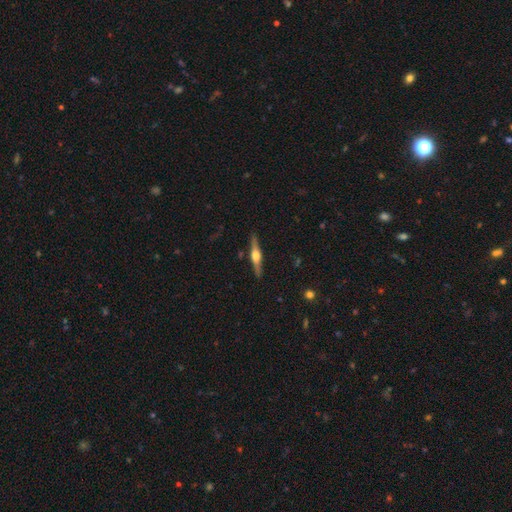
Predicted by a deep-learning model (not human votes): Smooth or featured?
  - featured or disk: 76% *
  - smooth: 19%
  - star or artifact: 5%
Edge-on disk?
  - yes: 98% *
  - no: 2%
Edge-on bulge?
  - rounded: 94% *
  - boxy: 5%
  - none: 2%
Merging?
  - none: 90% *
  - minor disturbance: 7%
  - major disturbance: 2%
  - merger: 1%